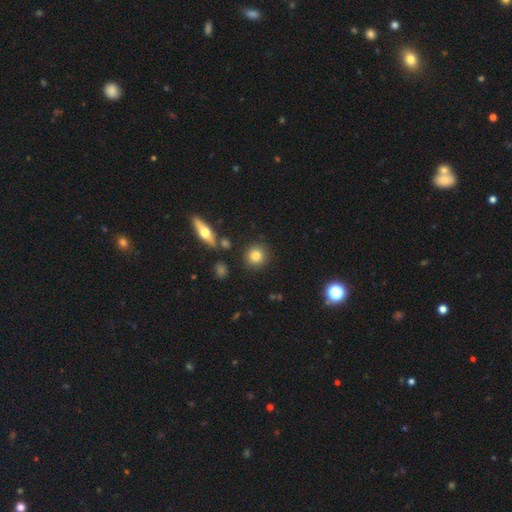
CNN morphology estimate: A smooth galaxy with no disk features (80%) that is round (90%).

Vote fractions:
- Smooth or featured? smooth: 80% / featured or disk: 11% / star or artifact: 9%
- How rounded? round: 90% / in between: 8% / cigar-shaped: 2%
- Merging? none: 87% / minor disturbance: 7% / merger: 4% / major disturbance: 2%